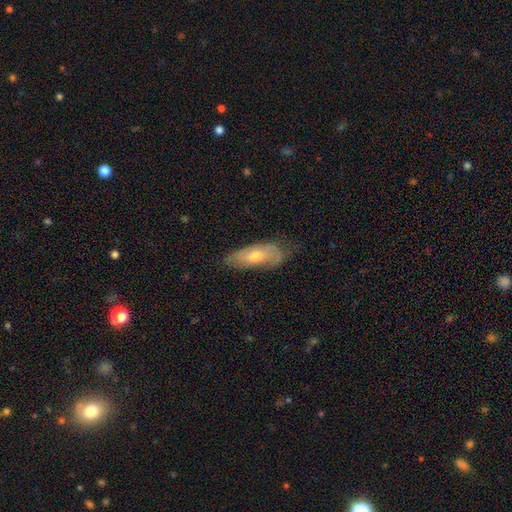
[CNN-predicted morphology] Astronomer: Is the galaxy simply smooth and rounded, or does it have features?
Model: smooth — 51% (runner-up: featured or disk, 42%).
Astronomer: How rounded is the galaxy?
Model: in between — 71%.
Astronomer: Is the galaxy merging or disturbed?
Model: none — 62%.